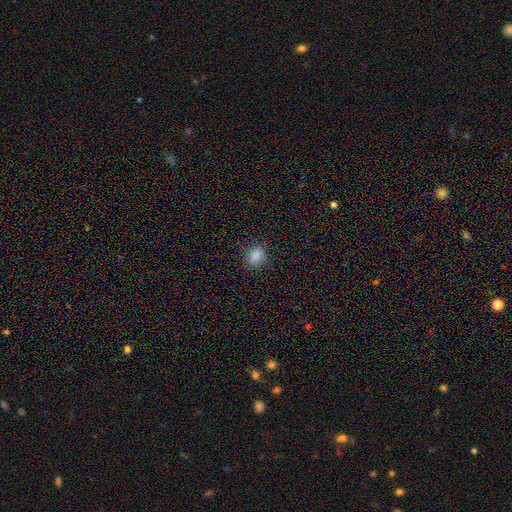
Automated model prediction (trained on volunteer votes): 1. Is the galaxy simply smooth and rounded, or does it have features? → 84% smooth, 12% star or artifact, 4% featured or disk.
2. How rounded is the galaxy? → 53% in between, 46% round, 1% cigar-shaped.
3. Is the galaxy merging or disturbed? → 85% none, 11% minor disturbance, 3% major disturbance, 1% merger.